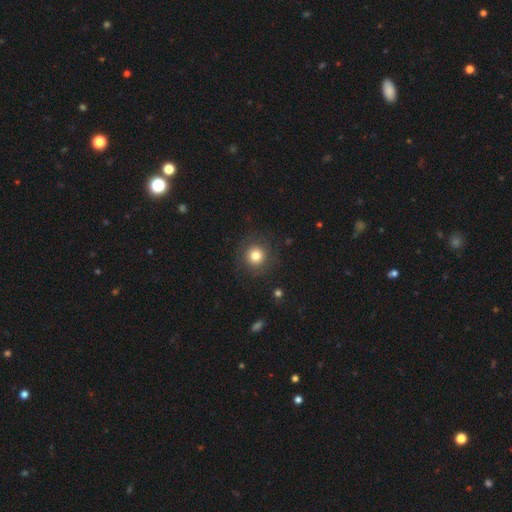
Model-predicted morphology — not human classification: A smooth galaxy with no disk features (77%) that is round (94%).

Vote fractions:
- Smooth or featured? smooth: 77% / star or artifact: 12% / featured or disk: 11%
- How rounded? round: 94% / in between: 5% / cigar-shaped: 1%
- Merging? none: 86% / minor disturbance: 8% / major disturbance: 4% / merger: 1%